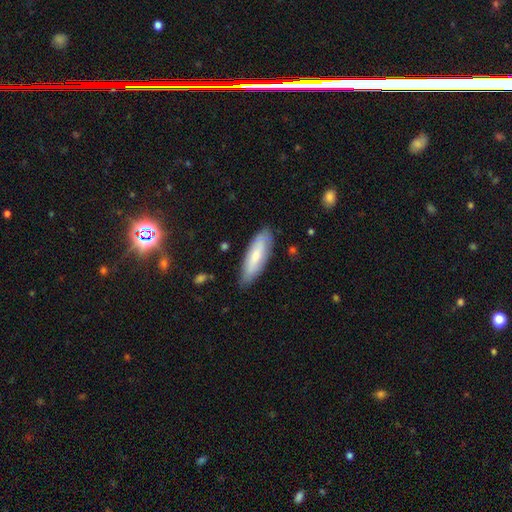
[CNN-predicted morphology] smooth-or-featured: smooth: 68% | featured or disk: 26% | star or artifact: 6%
  how-rounded: in between: 53% | cigar-shaped: 46% | round: 2%
  merging: none: 81% | minor disturbance: 15% | major disturbance: 3% | merger: 1%